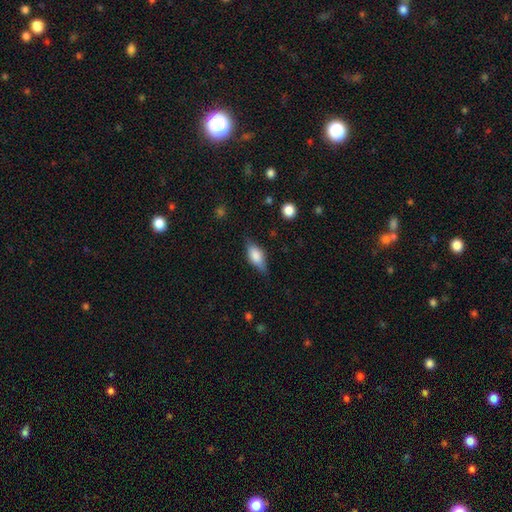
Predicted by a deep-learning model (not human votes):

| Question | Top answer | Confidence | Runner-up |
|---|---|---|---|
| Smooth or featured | smooth | 69% | featured or disk (24%) |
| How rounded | in between | 79% | cigar-shaped (17%) |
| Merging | none | 74% | minor disturbance (20%) |